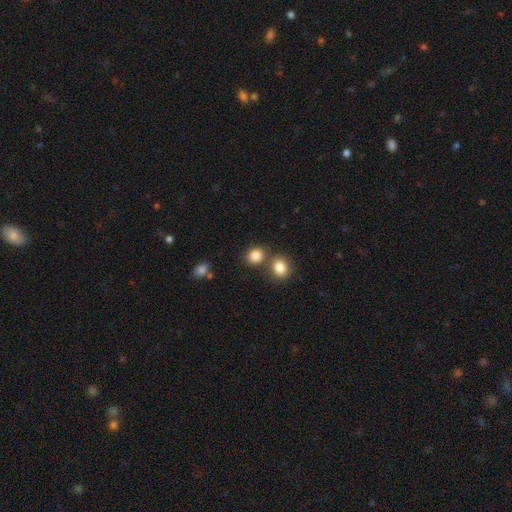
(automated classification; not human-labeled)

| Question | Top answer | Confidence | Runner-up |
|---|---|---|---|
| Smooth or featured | smooth | 85% | star or artifact (10%) |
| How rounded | round | 74% | in between (25%) |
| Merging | none | 64% | merger (24%) |